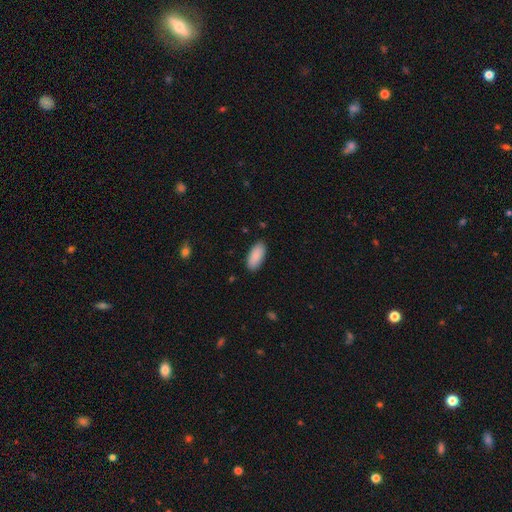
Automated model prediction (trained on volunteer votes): A smooth galaxy with no disk features (90%) that is in between round and cigar-shaped (91%). Merging: none (88%).